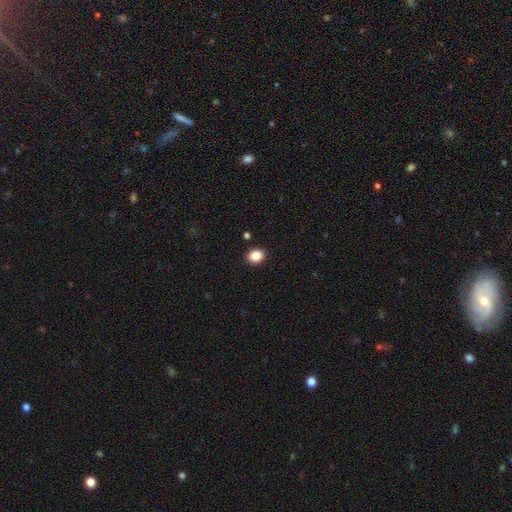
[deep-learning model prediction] This is clearly a smooth galaxy (86%). How rounded: likely round (63%). Merging: clearly none (91%).